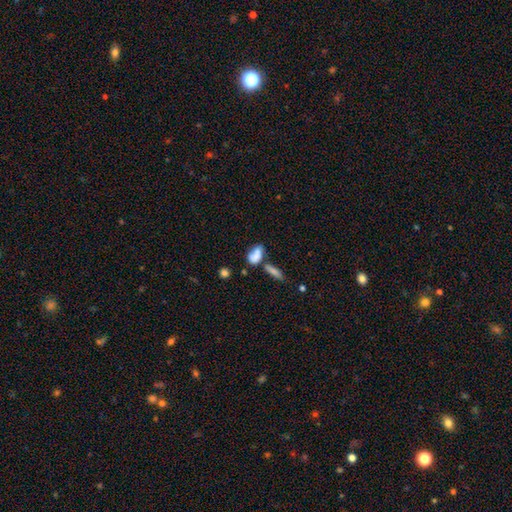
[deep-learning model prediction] smooth 71%, featured or disk 19%, star or artifact 10%. Down the decision tree: how rounded — in between (81%); merging — merger (42%).